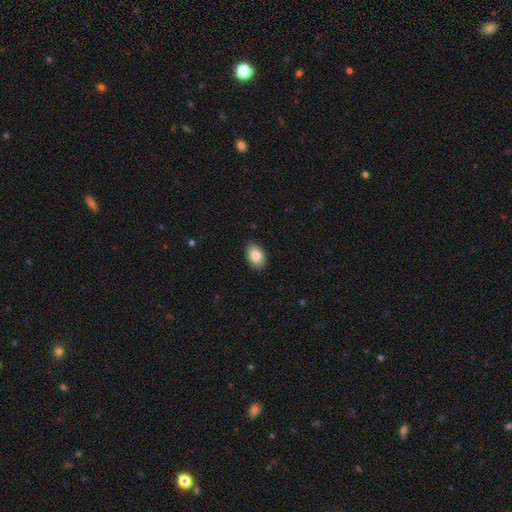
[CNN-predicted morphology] Q: Smooth or featured?
A: smooth (84%); runner-up: featured or disk (8%)
Q: How rounded?
A: in between (85%); runner-up: round (14%)
Q: Merging?
A: none (89%); runner-up: minor disturbance (8%)